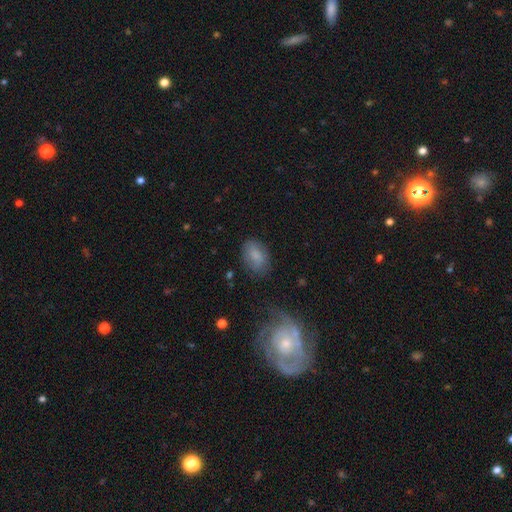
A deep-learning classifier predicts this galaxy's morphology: Smooth or featured?
  - smooth: 80% *
  - featured or disk: 12%
  - star or artifact: 8%
How rounded?
  - in between: 87% *
  - round: 11%
  - cigar-shaped: 2%
Merging?
  - none: 74% *
  - minor disturbance: 18%
  - major disturbance: 6%
  - merger: 2%